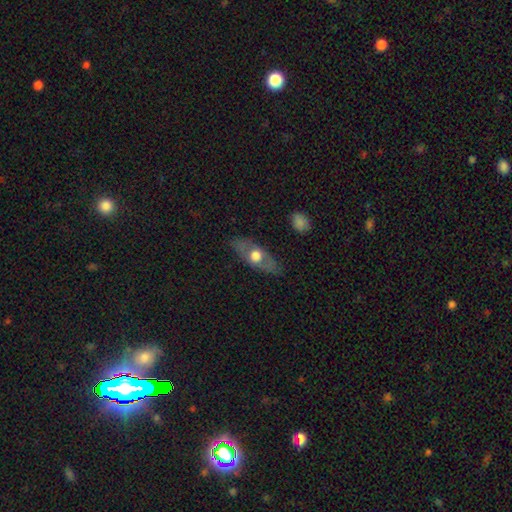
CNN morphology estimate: type=featured or disk (49%); merging=none (79%).